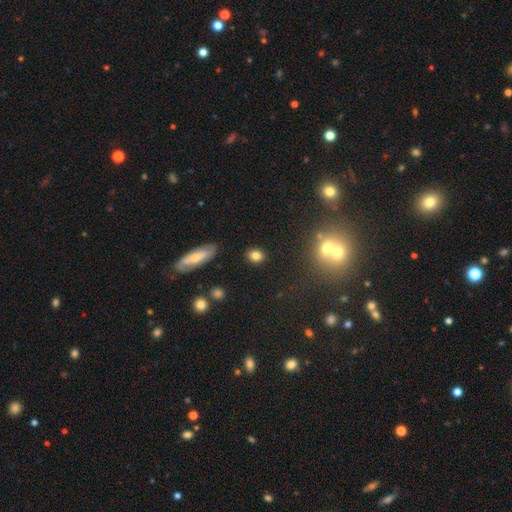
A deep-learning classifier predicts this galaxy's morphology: Overall: smooth (82%). How rounded: in between (53%; round 45%). Merging: none (87%).